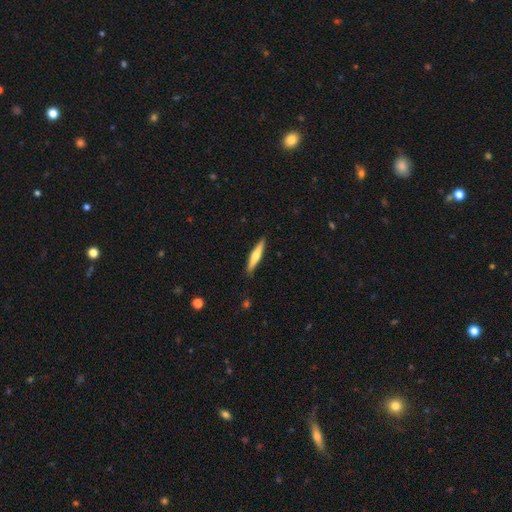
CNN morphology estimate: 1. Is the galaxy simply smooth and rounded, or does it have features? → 47% featured or disk (tied), 47% smooth (tied), 5% star or artifact.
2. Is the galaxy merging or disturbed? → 89% none, 8% minor disturbance, 2% major disturbance, 1% merger.